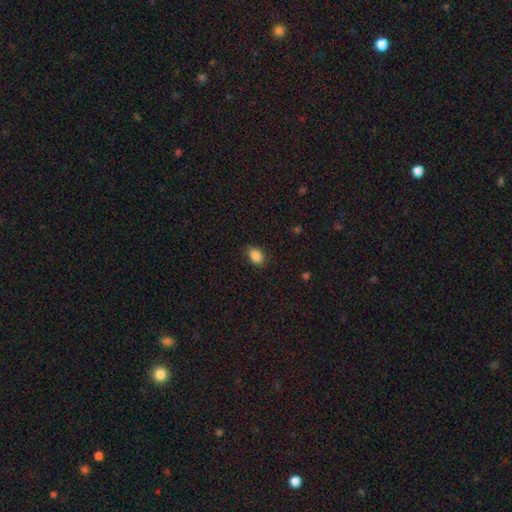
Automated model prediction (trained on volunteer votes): Morphology: type=smooth (87%); roundness=in between (87%); merging=none (83%).